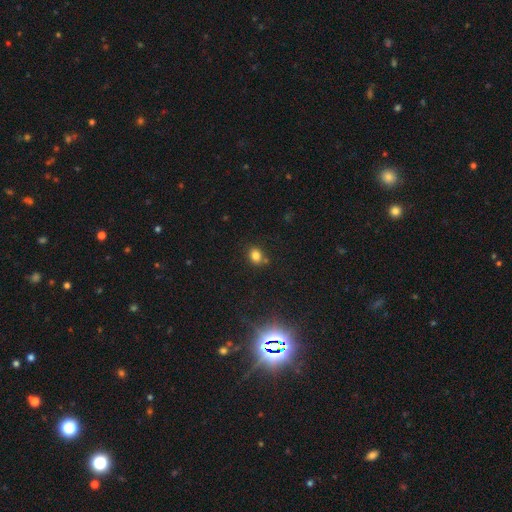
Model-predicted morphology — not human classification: A smooth galaxy with no disk features (80%) that is round (55%).

Vote fractions:
- Smooth or featured? smooth: 80% / star or artifact: 14% / featured or disk: 6%
- How rounded? round: 55% / in between: 44% / cigar-shaped: 1%
- Merging? none: 72% / minor disturbance: 14% / merger: 10% / major disturbance: 4%